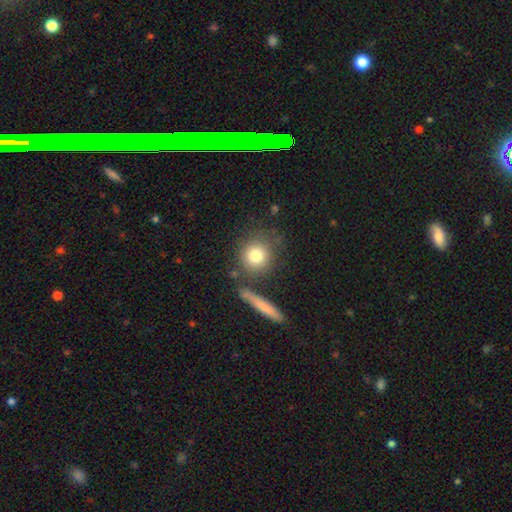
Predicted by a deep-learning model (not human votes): Q: Smooth or featured?
A: smooth (79%); runner-up: featured or disk (12%)
Q: How rounded?
A: round (87%); runner-up: in between (11%)
Q: Merging?
A: none (72%); runner-up: minor disturbance (12%)